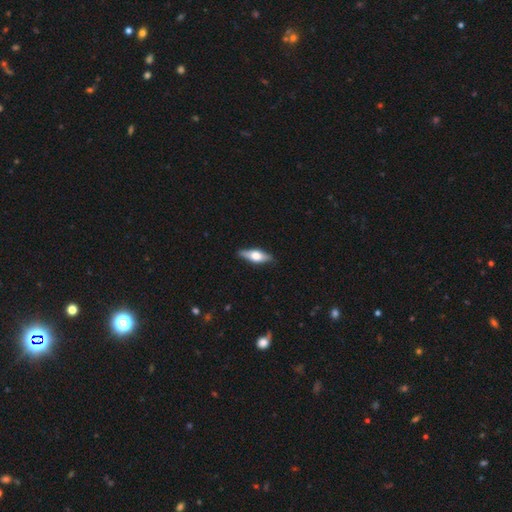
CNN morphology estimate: type=featured or disk (58%); edge-on=yes (93%); edge-on bulge=rounded (92%); merging=none (88%).